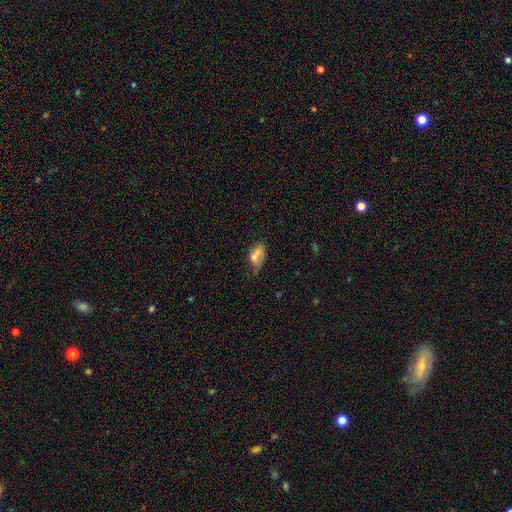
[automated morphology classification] This appears to be a smooth galaxy with no disk features (66%) that is in between round and cigar-shaped (82%). Merging: none (33%).